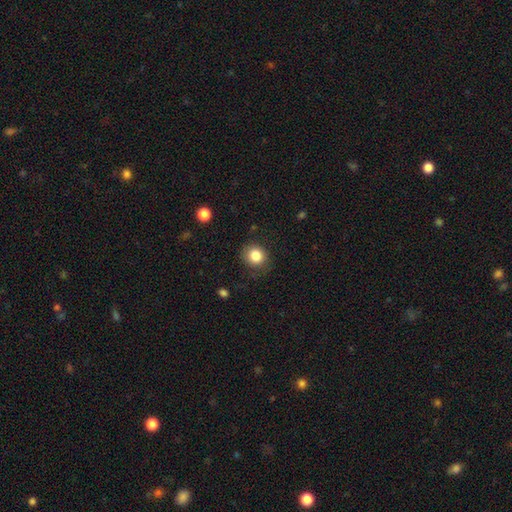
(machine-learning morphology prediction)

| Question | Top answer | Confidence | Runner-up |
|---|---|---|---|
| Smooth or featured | smooth | 84% | star or artifact (10%) |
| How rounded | round | 84% | in between (16%) |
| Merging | none | 81% | minor disturbance (13%) |